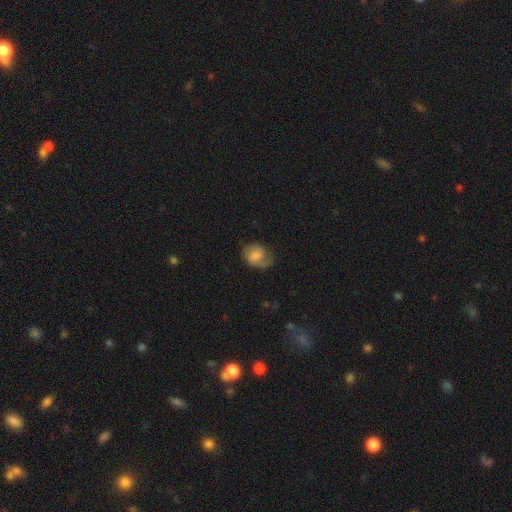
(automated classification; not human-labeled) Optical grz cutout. It shows a smooth galaxy with no disk features (47%). Merging: none (54%).